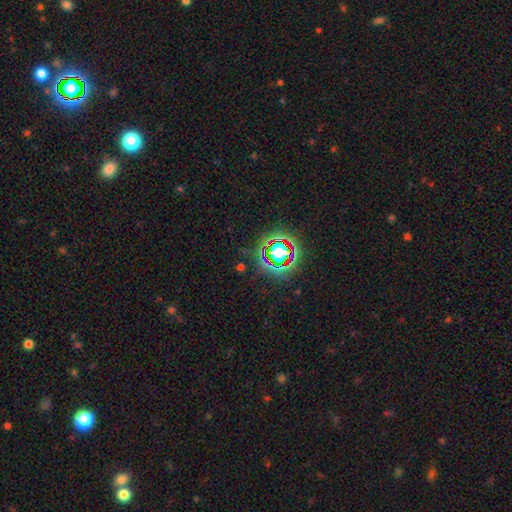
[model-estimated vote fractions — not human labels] Smooth or featured: star or artifact — 76% (smooth — 14%)